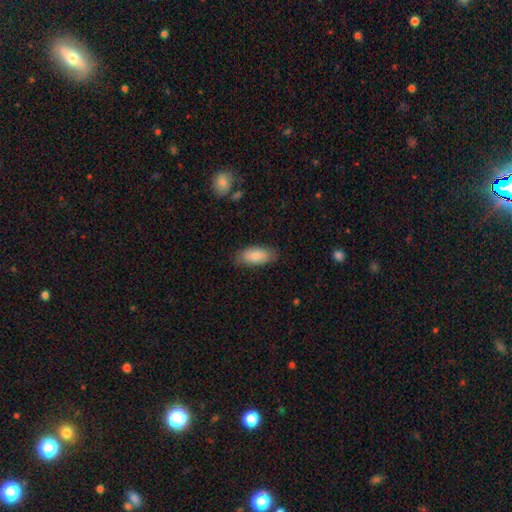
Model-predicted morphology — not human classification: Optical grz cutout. It shows a smooth galaxy with no disk features (82%) that is in between round and cigar-shaped (90%). Merging: none (81%).